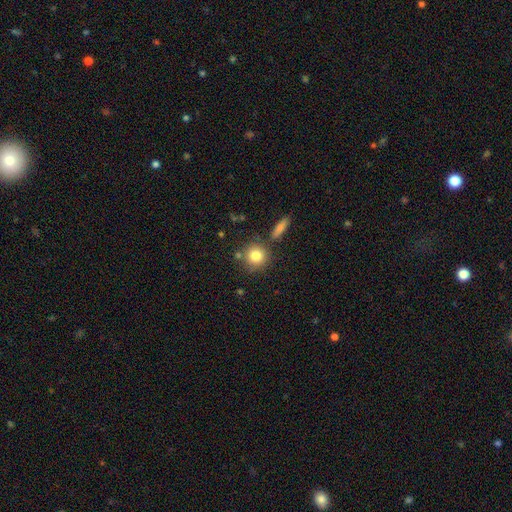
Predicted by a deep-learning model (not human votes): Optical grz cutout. It shows a smooth galaxy with no disk features (82%) that is round (90%). Merging: none (75%).